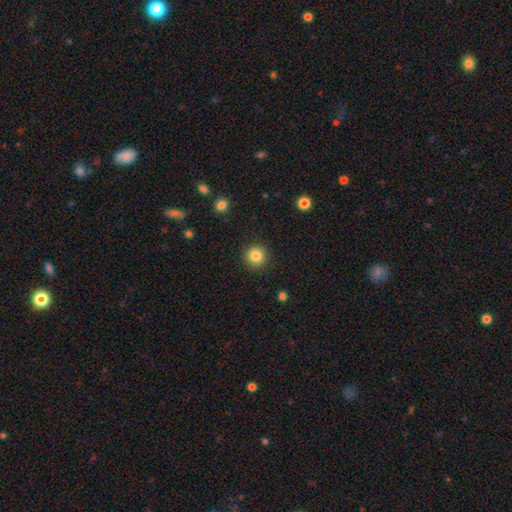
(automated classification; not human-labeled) This appears to be a smooth galaxy with no disk features (84%) that is round (95%). Merging: none (91%).